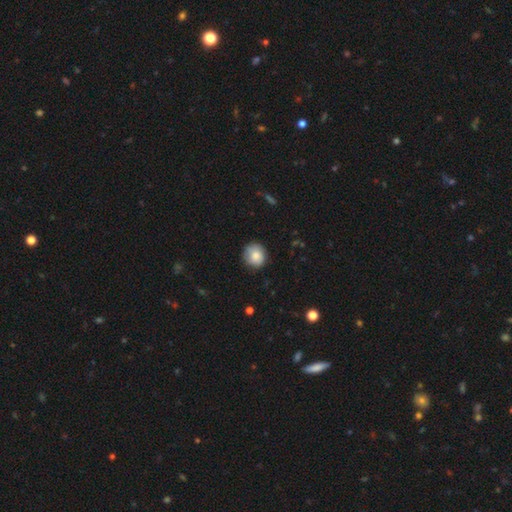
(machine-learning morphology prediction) smooth-or-featured: smooth: 82% | featured or disk: 11% | star or artifact: 7%
  how-rounded: round: 86% | in between: 13% | cigar-shaped: 1%
  merging: none: 82% | minor disturbance: 15% | major disturbance: 3% | merger: 1%